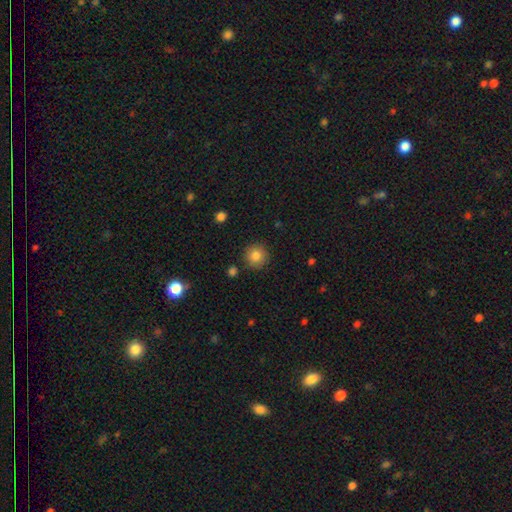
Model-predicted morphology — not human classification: A smooth galaxy with no disk features (84%) that is round (94%). Merging: none (89%).